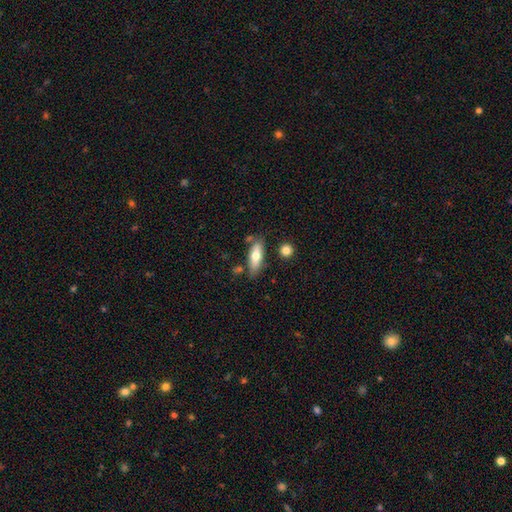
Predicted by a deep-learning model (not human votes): This appears to be a smooth galaxy with no disk features (66%) that is in between round and cigar-shaped (57%). Merging: none (73%).